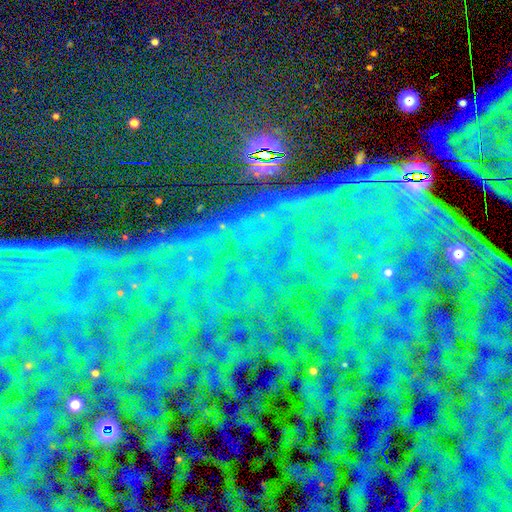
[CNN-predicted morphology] smooth_or_featured: star or artifact (p=0.83) [alt: smooth p=0.08]